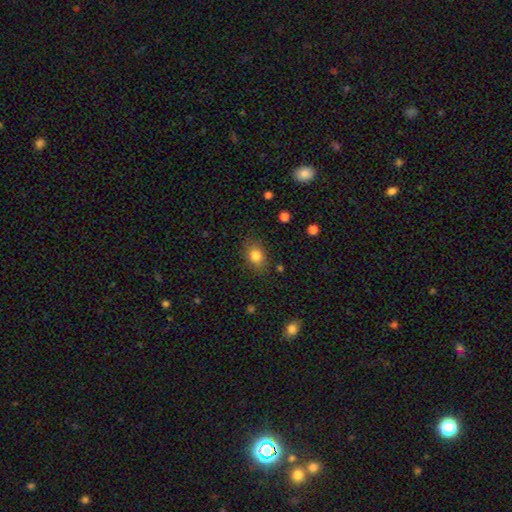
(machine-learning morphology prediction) Smooth or featured: smooth — 83% (star or artifact — 10%)
How rounded: in between — 57% (round — 42%)
Merging: none — 82% (minor disturbance — 13%)